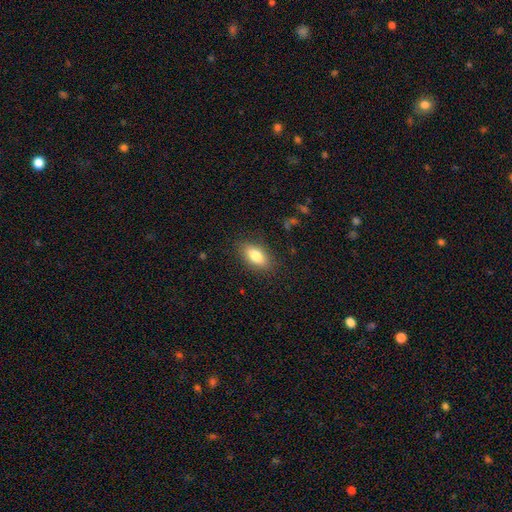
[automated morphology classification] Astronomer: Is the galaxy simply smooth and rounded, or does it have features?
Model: smooth — 80%.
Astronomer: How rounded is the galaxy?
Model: in between — 85%.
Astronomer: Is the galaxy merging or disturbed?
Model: none — 85%.